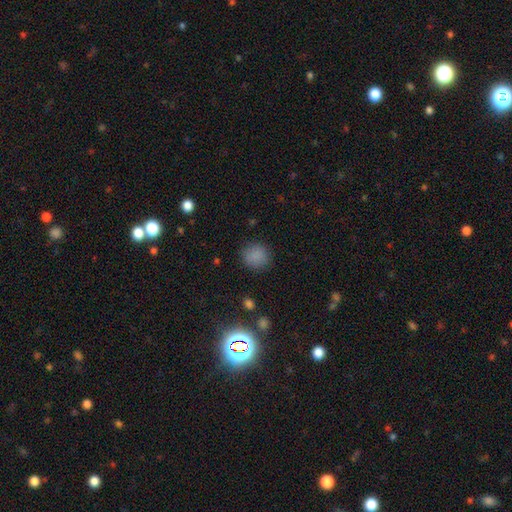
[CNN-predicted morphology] This appears to be a smooth galaxy with no disk features (84%) that is round (85%). Merging: none (86%).